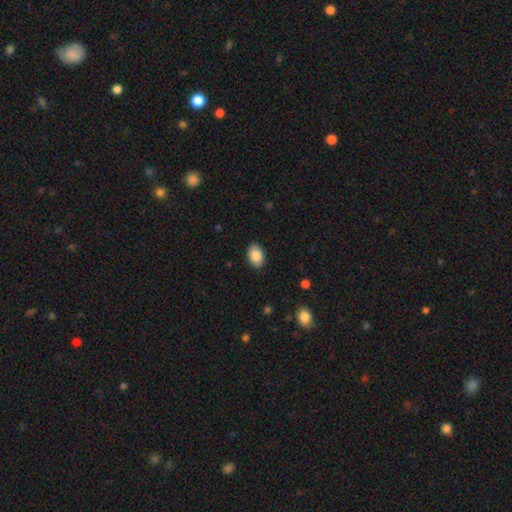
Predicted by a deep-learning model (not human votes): Smooth or featured? Predicted: smooth (p=0.87). How rounded? Predicted: in between (p=0.87). Merging? Predicted: none (p=0.88).